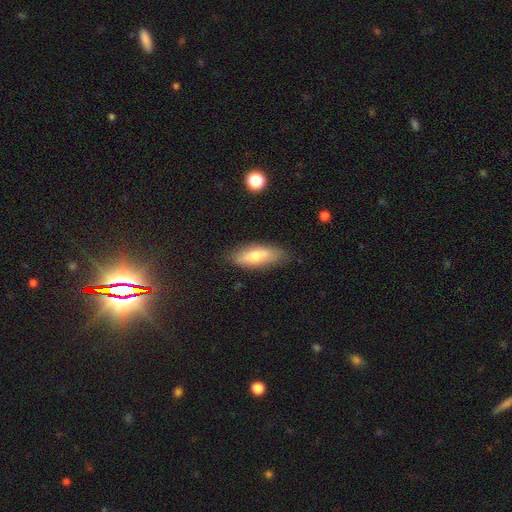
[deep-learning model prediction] A smooth galaxy with no disk features (64%) that is in between round and cigar-shaped (61%). Merging: none (80%).